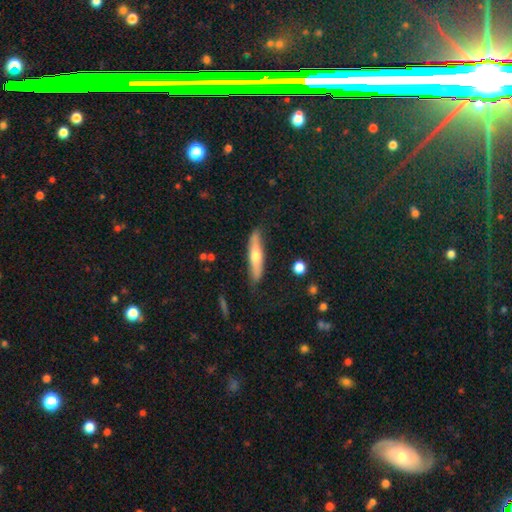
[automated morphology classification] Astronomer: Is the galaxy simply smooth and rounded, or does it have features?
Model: smooth — 50% (runner-up: featured or disk, 44%).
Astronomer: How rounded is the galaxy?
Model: cigar-shaped — 82%.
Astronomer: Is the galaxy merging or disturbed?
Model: none — 81%.